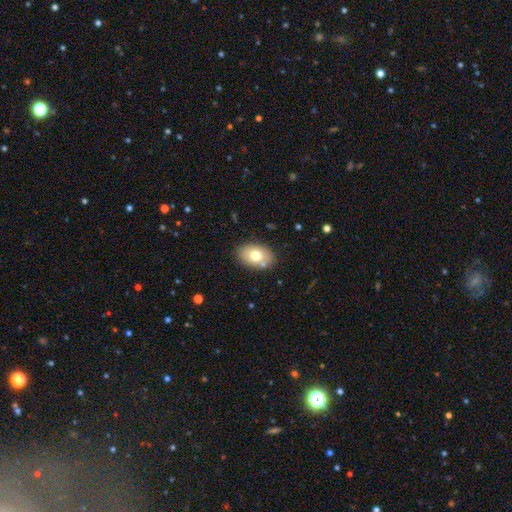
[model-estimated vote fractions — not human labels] The model was most divided on "smooth or featured": smooth: 72%, featured or disk: 20%, star or artifact: 8%. More confident: how rounded — in between (83%); merging — none (82%).